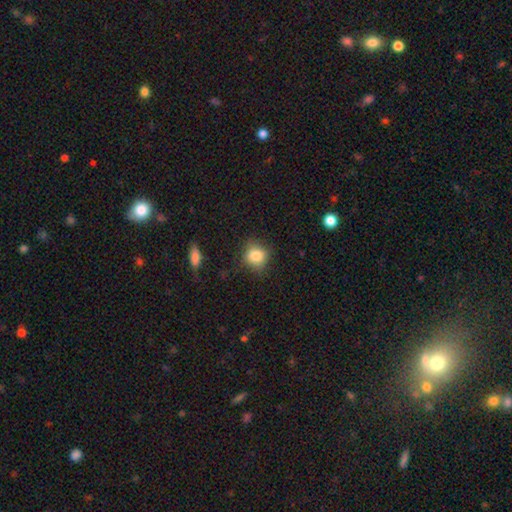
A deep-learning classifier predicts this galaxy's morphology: Smooth or featured? Predicted: smooth (p=0.82). How rounded? Predicted: round (p=0.75). Merging? Predicted: none (p=0.77).